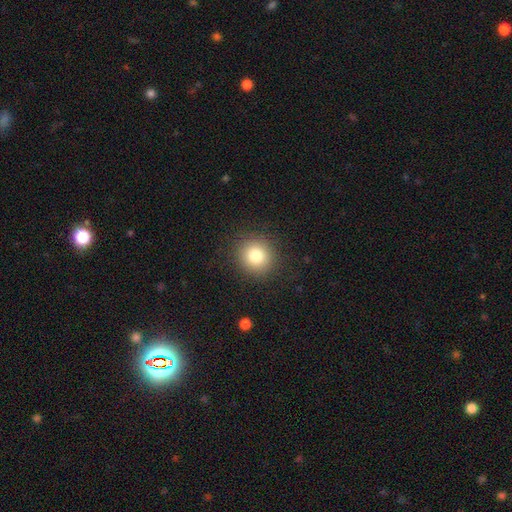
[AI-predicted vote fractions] The model was most divided on "smooth or featured": smooth: 81%, star or artifact: 11%, featured or disk: 8%. More confident: how rounded — round (91%); merging — none (89%).